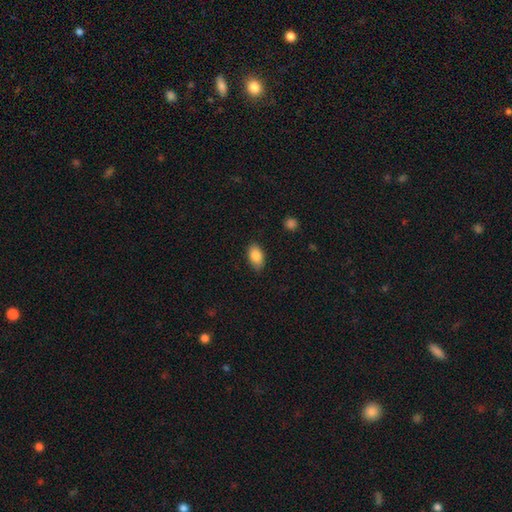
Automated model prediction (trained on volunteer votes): smooth 86%, star or artifact 7%, featured or disk 7%. Down the decision tree: how rounded — in between (93%); merging — none (85%).